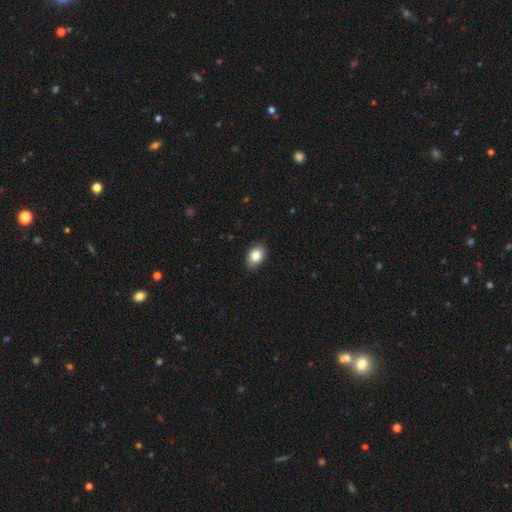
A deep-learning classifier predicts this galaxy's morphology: Q: Smooth or featured?
A: smooth (83%); runner-up: featured or disk (9%)
Q: How rounded?
A: in between (84%); runner-up: round (15%)
Q: Merging?
A: none (89%); runner-up: minor disturbance (9%)